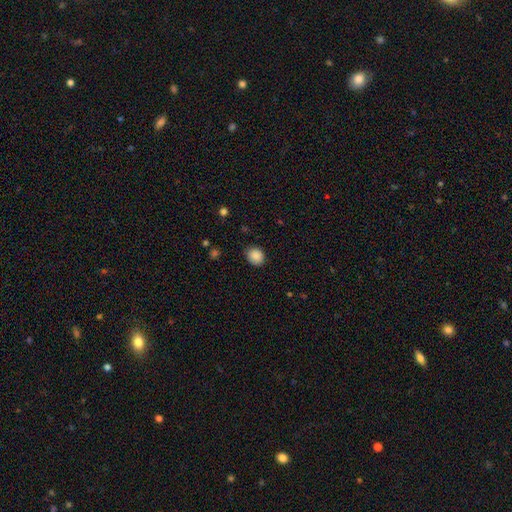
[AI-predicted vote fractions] The model was most divided on "how rounded": round: 62%, in between: 37%, cigar-shaped: 1%. More confident: smooth or featured — smooth (88%); merging — none (83%).